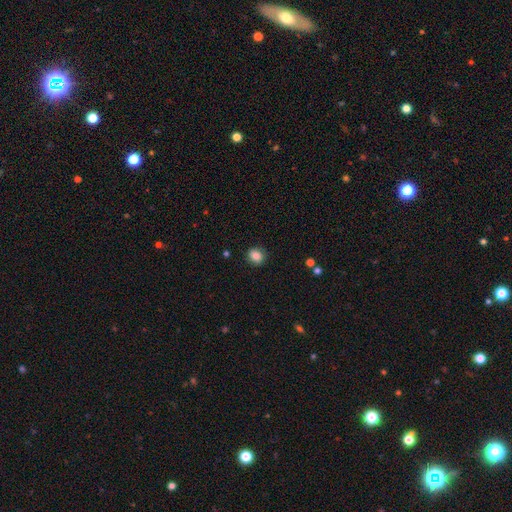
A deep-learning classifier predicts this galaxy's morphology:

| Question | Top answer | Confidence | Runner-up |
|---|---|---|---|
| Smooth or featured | smooth | 85% | star or artifact (10%) |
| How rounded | round | 69% | in between (30%) |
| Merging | none | 87% | minor disturbance (10%) |